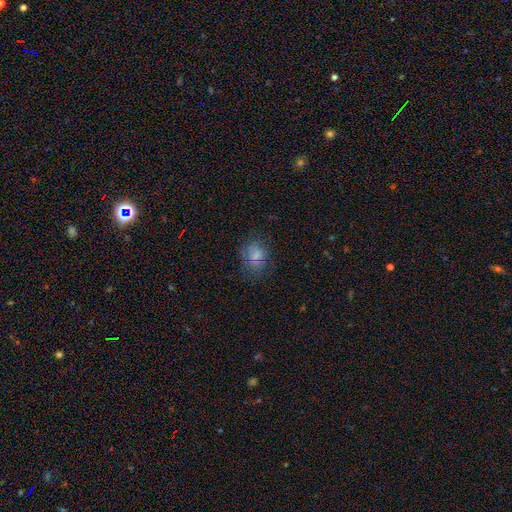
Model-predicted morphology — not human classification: Smooth or featured?
  - smooth: 68% *
  - featured or disk: 17%
  - star or artifact: 16%
How rounded?
  - in between: 57% *
  - round: 42%
  - cigar-shaped: 1%
Merging?
  - none: 66% *
  - minor disturbance: 21%
  - major disturbance: 12%
  - merger: 2%